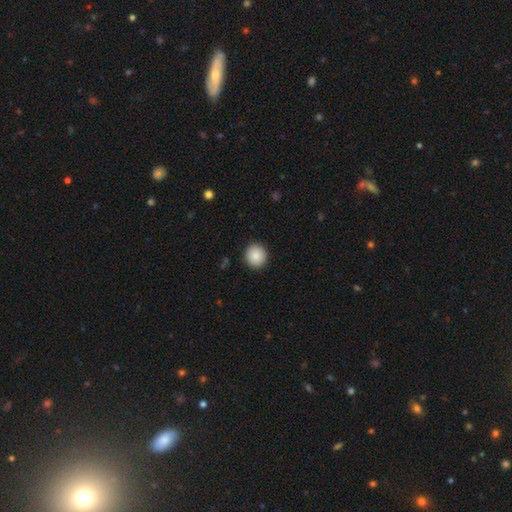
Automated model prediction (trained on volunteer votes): smooth_or_featured: smooth (p=0.88) [alt: star or artifact p=0.08]
how_rounded: round (p=0.93) [alt: in between p=0.06]
merging: none (p=0.92) [alt: minor disturbance p=0.05]